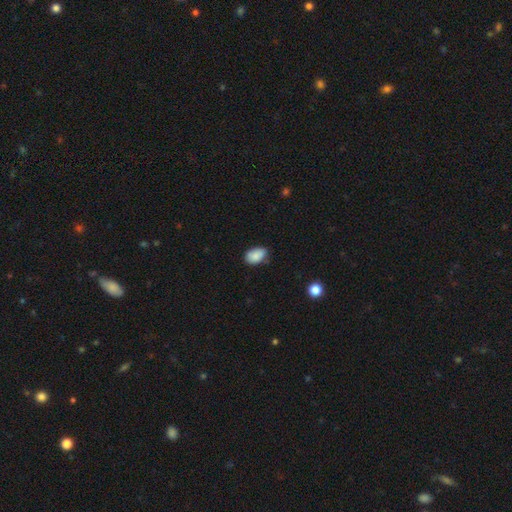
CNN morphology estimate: The model was most divided on "merging": none: 66%, minor disturbance: 27%, major disturbance: 4%, merger: 2%. More confident: how rounded — in between (87%); smooth or featured — smooth (84%).